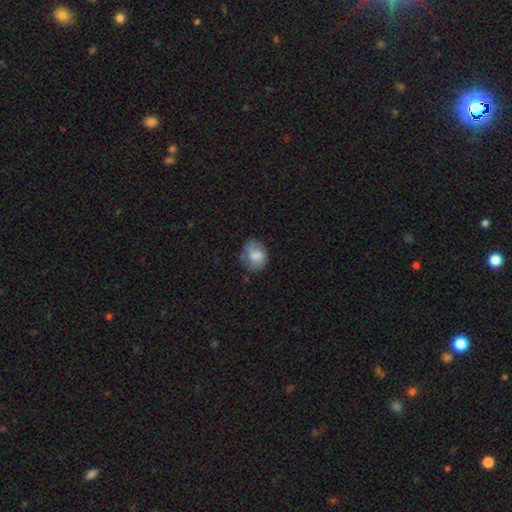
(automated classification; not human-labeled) Smooth or featured? Predicted: smooth (p=0.74). How rounded? Predicted: in between (p=0.51). Merging? Predicted: none (p=0.60).